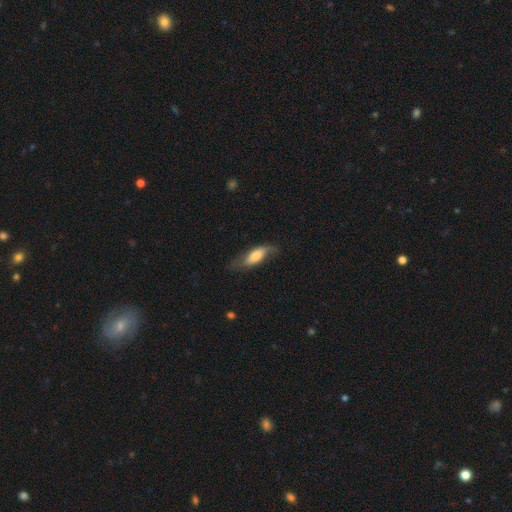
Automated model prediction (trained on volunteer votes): This appears to be a smooth galaxy with no disk features (50%) that is in between round and cigar-shaped (69%). Merging: none (56%).